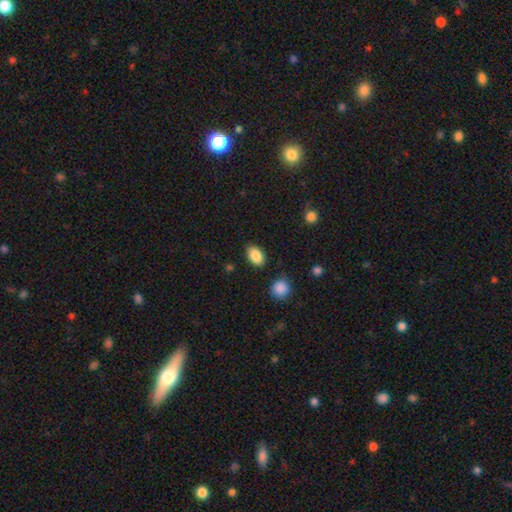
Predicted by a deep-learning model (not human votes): Morphology: type=smooth (87%); roundness=in between (87%); merging=none (85%).